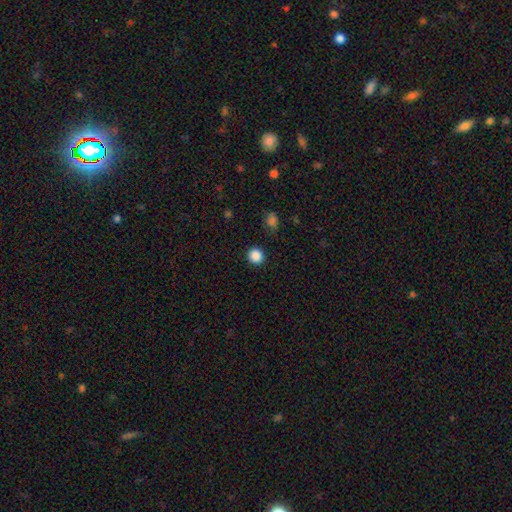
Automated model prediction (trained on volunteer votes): Overall: smooth (87%). How rounded: round (93%). Merging: none (91%).